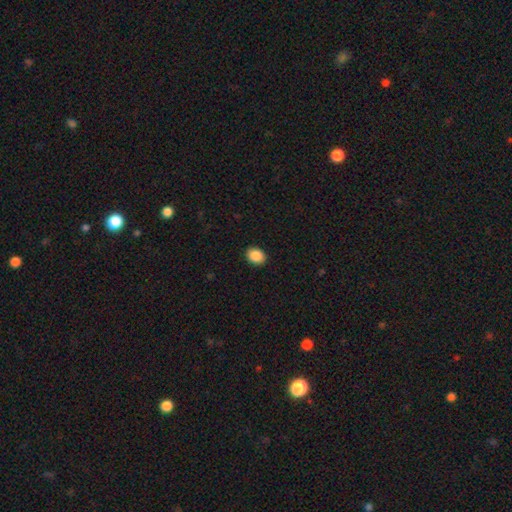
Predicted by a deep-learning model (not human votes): A smooth galaxy with no disk features (89%) that is in between round and cigar-shaped (57%).

Vote fractions:
- Smooth or featured? smooth: 89% / star or artifact: 8% / featured or disk: 3%
- How rounded? in between: 57% / round: 42% / cigar-shaped: 1%
- Merging? none: 91% / minor disturbance: 6% / major disturbance: 2% / merger: 1%